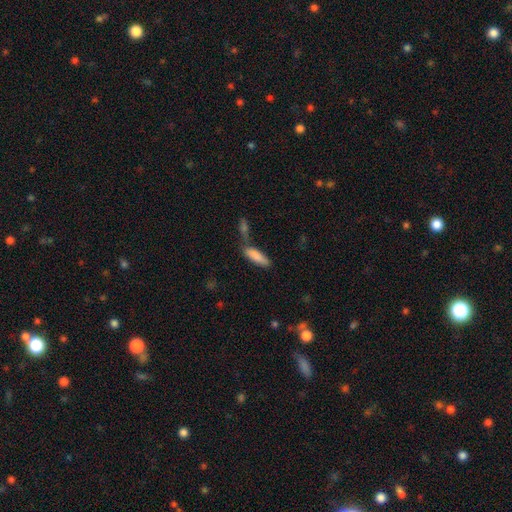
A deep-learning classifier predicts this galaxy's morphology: Smooth or featured? Predicted: smooth (p=0.85). How rounded? Predicted: cigar-shaped (p=0.50). Merging? Predicted: none (p=0.50).